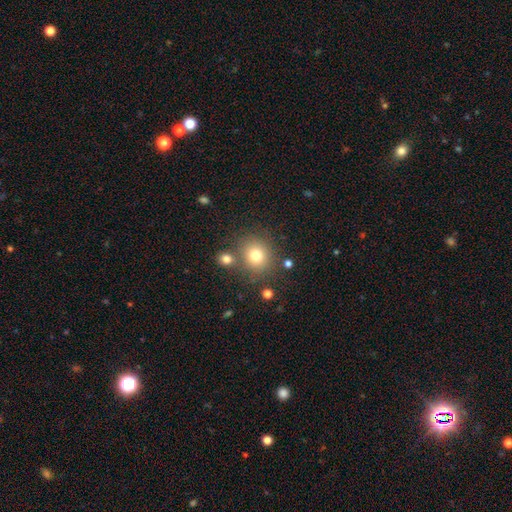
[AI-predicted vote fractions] smooth_or_featured: smooth (p=0.77) [alt: star or artifact p=0.13]
how_rounded: round (p=0.83) [alt: in between p=0.16]
merging: none (p=0.75) [alt: merger p=0.12]